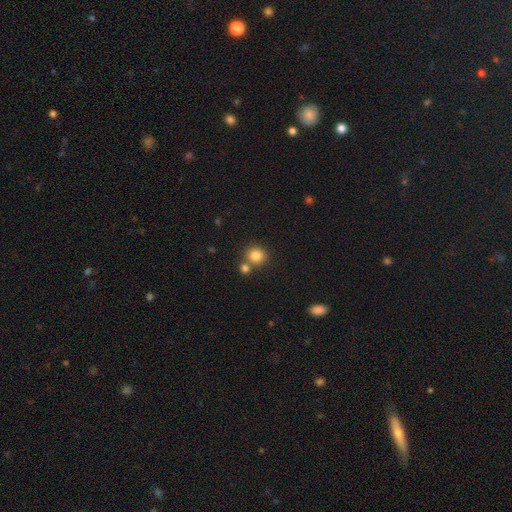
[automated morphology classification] The model was most divided on "merging": none: 67%, merger: 23%, minor disturbance: 7%, major disturbance: 3%. More confident: how rounded — round (87%); smooth or featured — smooth (83%).